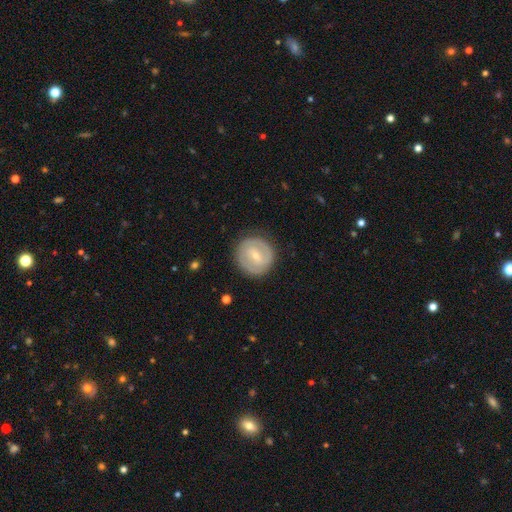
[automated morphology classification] smooth_or_featured: featured or disk (p=0.68) [alt: smooth p=0.27]
disk_edge_on: no (p=0.97) [alt: yes p=0.03]
bar: weak (p=0.53) [alt: strong p=0.25]
has_spiral_arms: yes (p=0.75) [alt: no p=0.25]
bulge_size: small (p=0.66) [alt: moderate p=0.30]
merging: none (p=0.84) [alt: minor disturbance p=0.11]